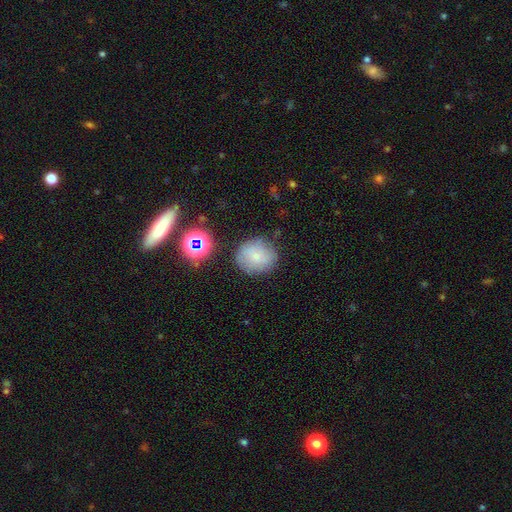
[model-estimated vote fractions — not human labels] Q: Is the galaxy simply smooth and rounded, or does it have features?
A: smooth — 68%.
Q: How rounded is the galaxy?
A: round — 77%.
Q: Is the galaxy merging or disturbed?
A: none — 73%.